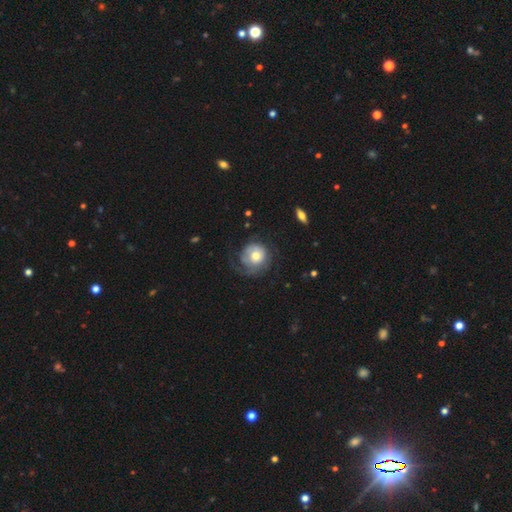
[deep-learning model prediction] Smooth or featured? Predicted: smooth (p=0.47). Merging? Predicted: none (p=0.51).